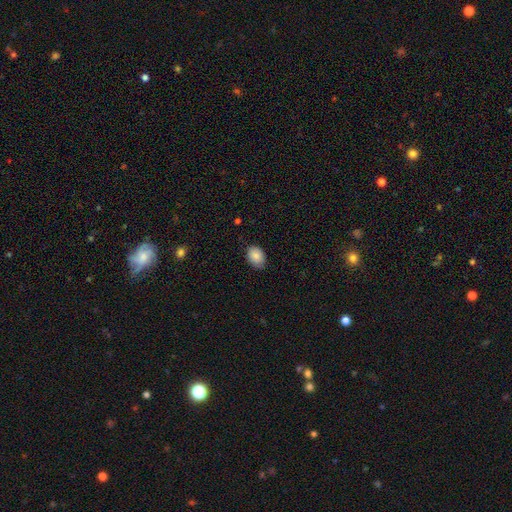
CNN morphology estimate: smooth-or-featured: smooth: 87% | star or artifact: 7% | featured or disk: 5%
  how-rounded: in between: 73% | round: 26% | cigar-shaped: 1%
  merging: none: 80% | minor disturbance: 17% | major disturbance: 3% | merger: 1%